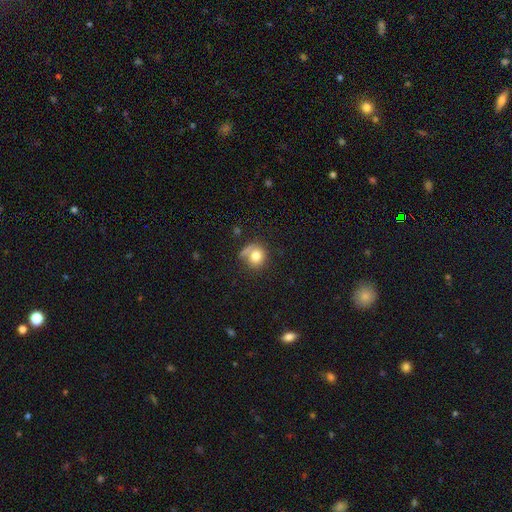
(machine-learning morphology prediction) Smooth or featured: smooth — 77% (featured or disk — 14%)
How rounded: round — 83% (in between — 16%)
Merging: none — 55% (minor disturbance — 19%)